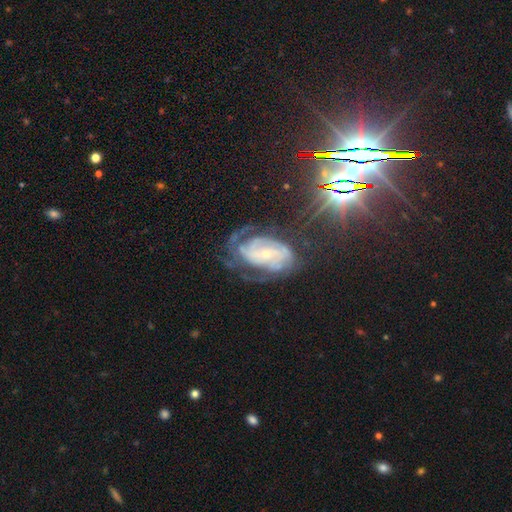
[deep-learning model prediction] Q: Smooth or featured?
A: featured or disk (84%); runner-up: smooth (9%)
Q: Edge-on disk?
A: no (96%); runner-up: yes (4%)
Q: Bar?
A: no (45%); runner-up: weak (37%)
Q: Spiral arms?
A: yes (93%); runner-up: no (7%)
Q: Spiral winding?
A: tight (51%); runner-up: medium (37%)
Q: Spiral arm count?
A: 2 (32%); tied with: can't tell (32%)
Q: Bulge size?
A: small (72%); runner-up: moderate (23%)
Q: Merging?
A: none (53%); runner-up: major disturbance (22%)